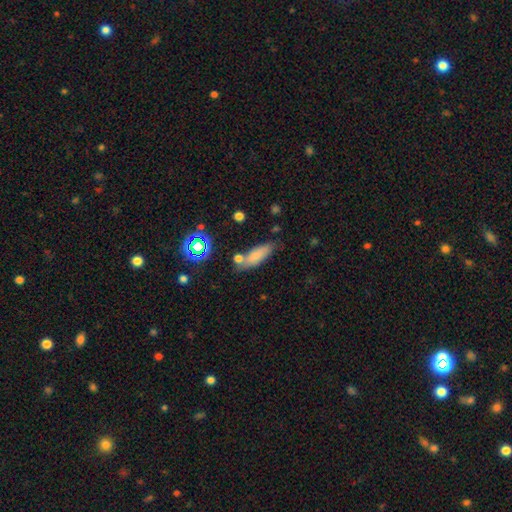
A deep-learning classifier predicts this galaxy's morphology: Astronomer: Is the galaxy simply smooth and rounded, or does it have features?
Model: smooth — 76%.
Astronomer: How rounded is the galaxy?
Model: in between — 60% (runner-up: cigar-shaped, 36%).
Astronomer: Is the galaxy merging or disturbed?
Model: none — 62%.